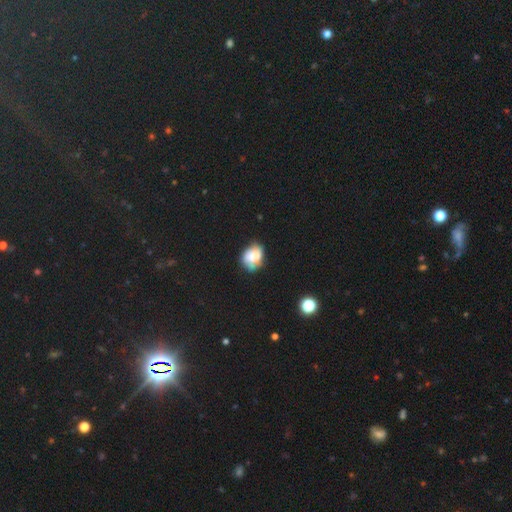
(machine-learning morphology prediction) This is likely a smooth galaxy (74%). How rounded: possibly in between (56%). Merging: possibly none (53%).